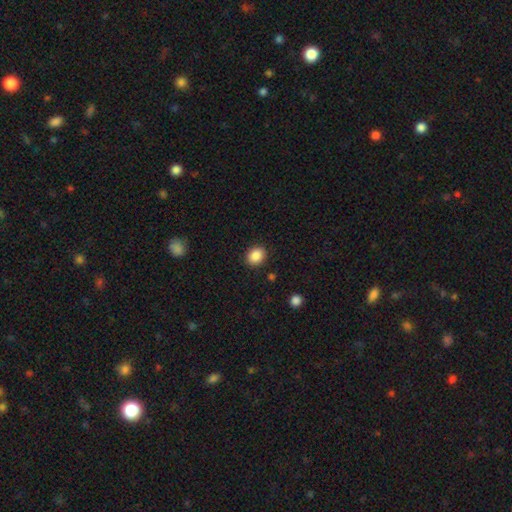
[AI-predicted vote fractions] smooth 87%, star or artifact 9%, featured or disk 4%. Down the decision tree: how rounded — round (61%); merging — none (89%).